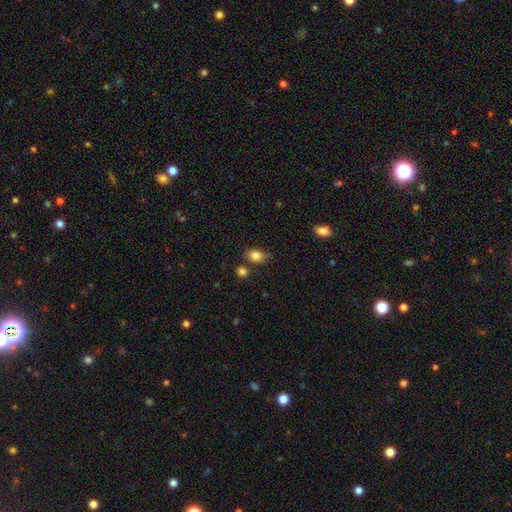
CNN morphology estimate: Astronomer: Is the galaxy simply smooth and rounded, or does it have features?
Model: smooth — 84%.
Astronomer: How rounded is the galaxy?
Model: in between — 77%.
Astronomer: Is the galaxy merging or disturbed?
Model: none — 72%.